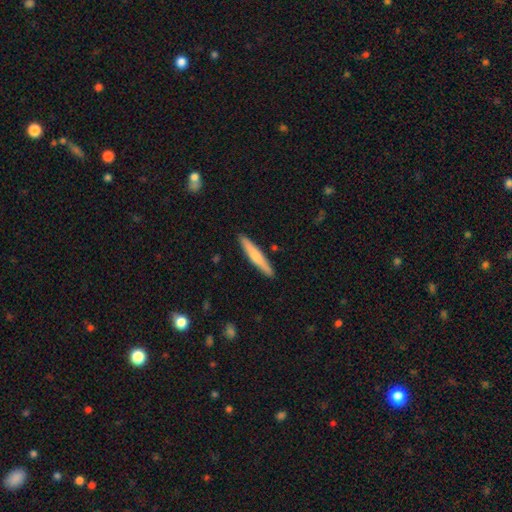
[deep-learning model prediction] smooth_or_featured: smooth (p=0.63) [alt: featured or disk p=0.31]
how_rounded: cigar-shaped (p=0.93) [alt: in between p=0.06]
merging: none (p=0.90) [alt: minor disturbance p=0.07]